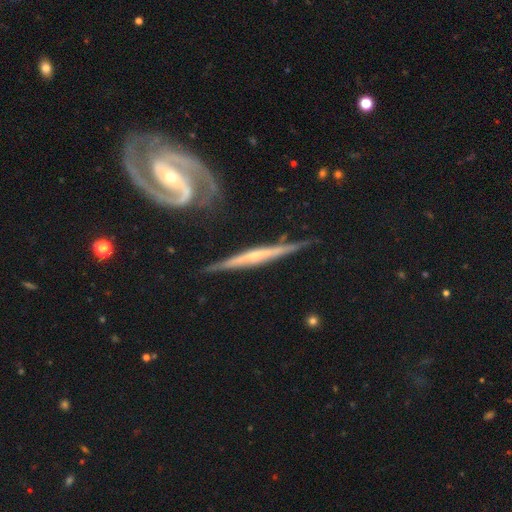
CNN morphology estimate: A featured or disk galaxy (80%) viewed edge-on (90%) with no central bulge (52%). Merging: none (73%).